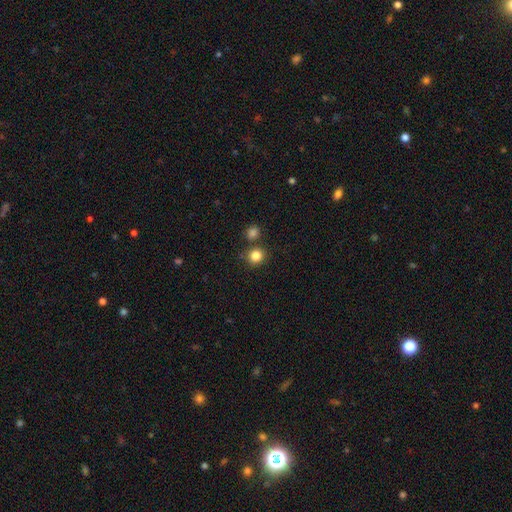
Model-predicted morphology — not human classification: Smooth or featured: smooth — 84% (star or artifact — 11%)
How rounded: round — 88% (in between — 11%)
Merging: none — 77% (merger — 12%)